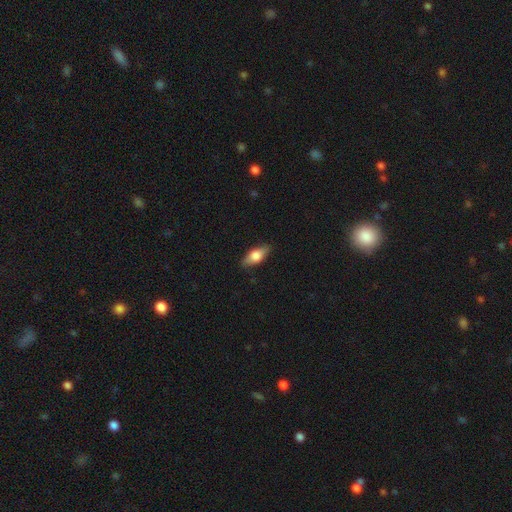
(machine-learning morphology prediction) Q: Smooth or featured?
A: smooth (62%); runner-up: featured or disk (31%)
Q: How rounded?
A: in between (78%); runner-up: cigar-shaped (17%)
Q: Merging?
A: none (86%); runner-up: minor disturbance (11%)